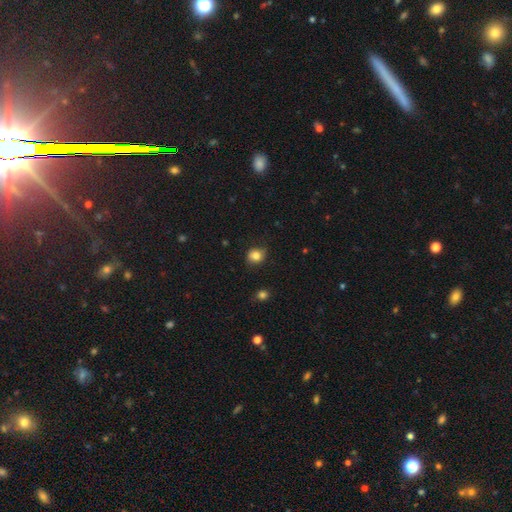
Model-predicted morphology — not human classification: Smooth or featured? Predicted: smooth (p=0.83). How rounded? Predicted: round (p=0.69). Merging? Predicted: none (p=0.76).